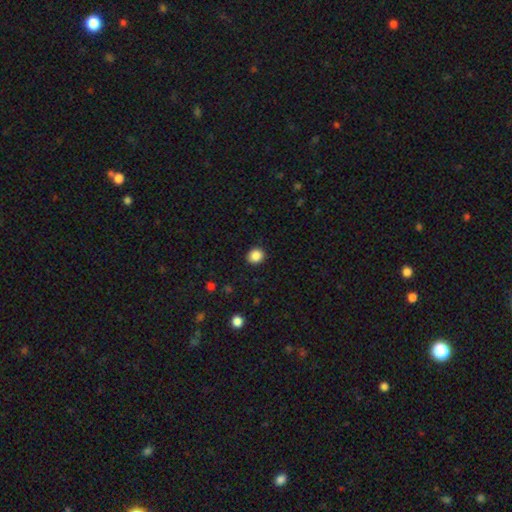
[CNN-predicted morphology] type=smooth (87%); roundness=round (83%); merging=none (91%).